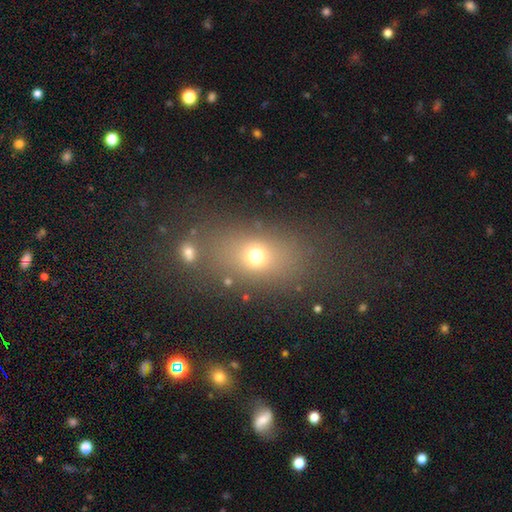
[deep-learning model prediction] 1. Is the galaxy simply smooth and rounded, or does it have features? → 67% smooth, 19% star or artifact, 14% featured or disk.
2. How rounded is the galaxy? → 66% in between, 30% round, 4% cigar-shaped.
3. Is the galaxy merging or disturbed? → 71% none, 13% minor disturbance, 9% merger, 7% major disturbance.